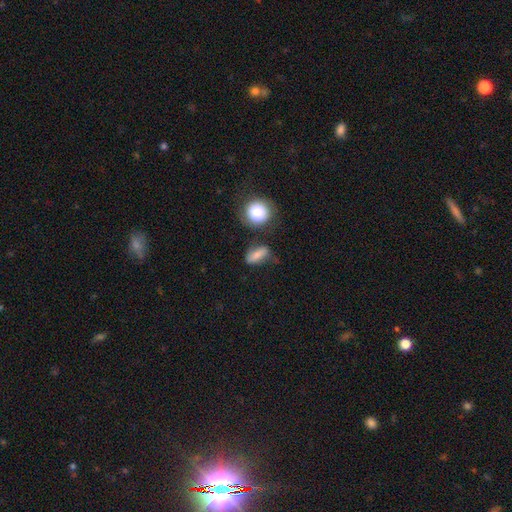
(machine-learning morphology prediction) This is likely a smooth galaxy (71%). How rounded: likely in between (66%). Merging: possibly none (57%).